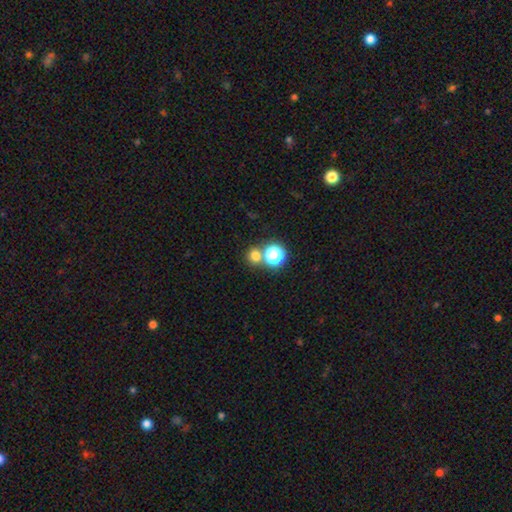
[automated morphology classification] type=smooth (71%); roundness=round (84%); merging=none (64%).